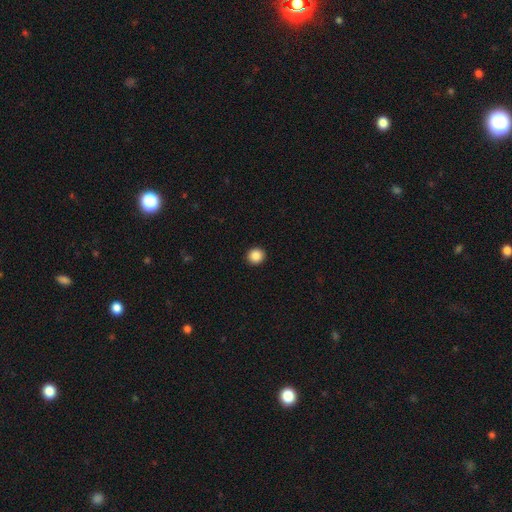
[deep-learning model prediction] This appears to be a smooth galaxy with no disk features (88%) that is round (91%). Merging: none (93%).